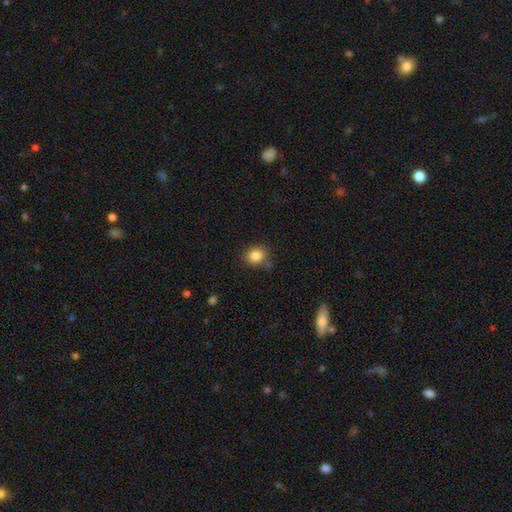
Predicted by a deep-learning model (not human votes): Morphology: type=smooth (85%); roundness=round (66%); merging=none (79%).